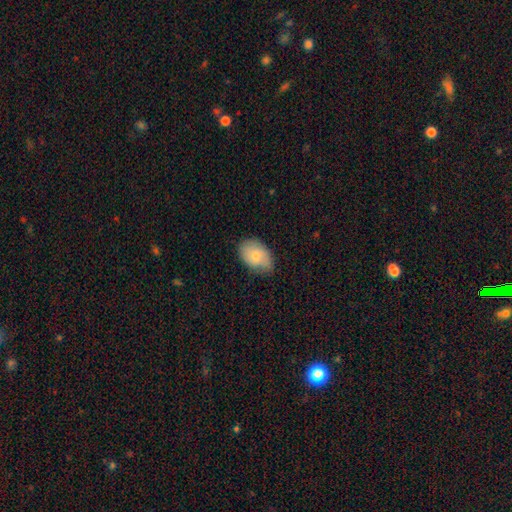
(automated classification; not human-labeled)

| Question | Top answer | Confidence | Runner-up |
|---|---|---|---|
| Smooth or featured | smooth | 74% | featured or disk (19%) |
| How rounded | in between | 85% | round (14%) |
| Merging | none | 68% | minor disturbance (26%) |